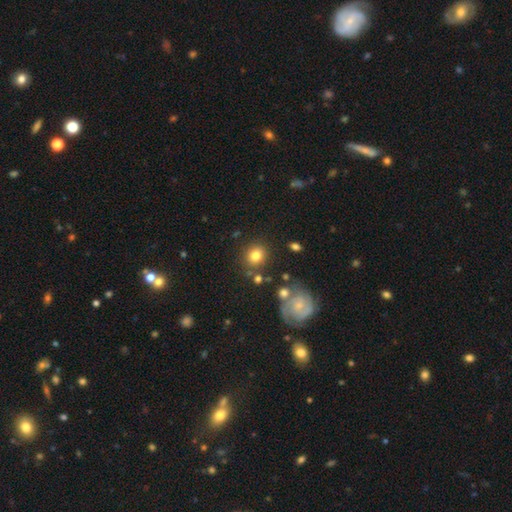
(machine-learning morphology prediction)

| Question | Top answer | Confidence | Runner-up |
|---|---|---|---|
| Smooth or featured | smooth | 79% | featured or disk (11%) |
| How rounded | round | 78% | in between (21%) |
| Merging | none | 79% | minor disturbance (10%) |